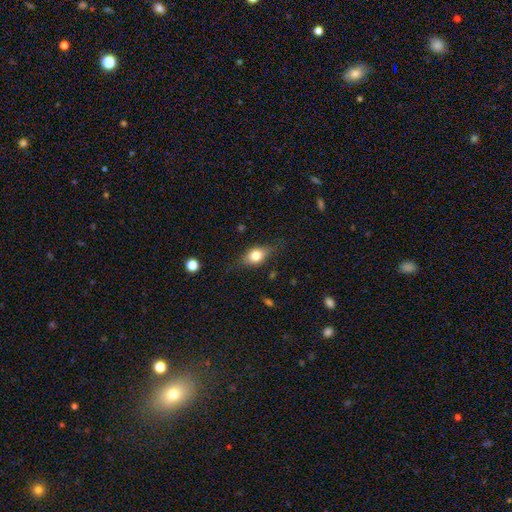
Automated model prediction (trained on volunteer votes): Smooth or featured: smooth — 62% (featured or disk — 30%)
How rounded: in between — 68% (round — 24%)
Merging: none — 71% (minor disturbance — 20%)